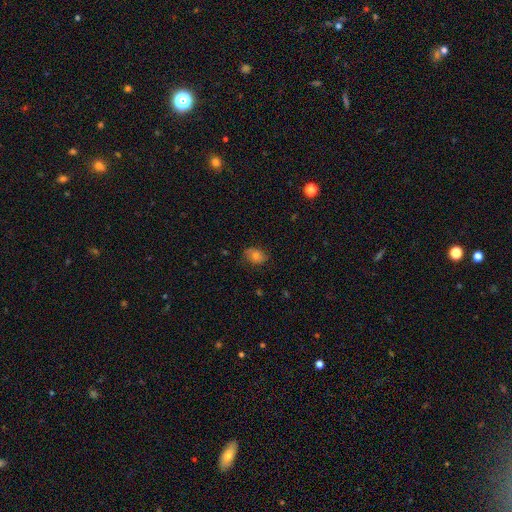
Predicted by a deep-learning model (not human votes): Smooth or featured?
  - smooth: 70% *
  - featured or disk: 19%
  - star or artifact: 11%
How rounded?
  - in between: 68% *
  - round: 31%
  - cigar-shaped: 1%
Merging?
  - none: 76% *
  - minor disturbance: 18%
  - major disturbance: 4%
  - merger: 1%